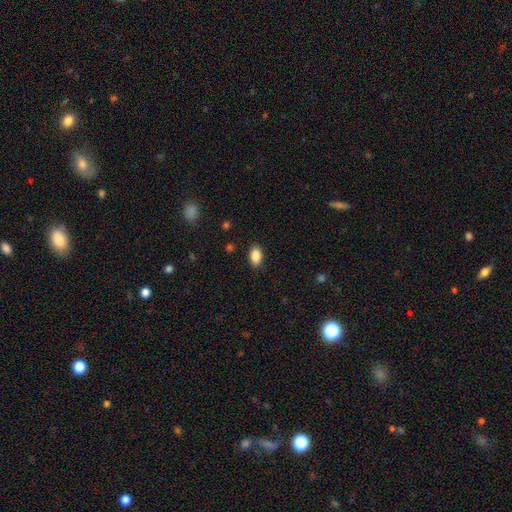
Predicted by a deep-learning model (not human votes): The model was most divided on "merging": none: 88%, minor disturbance: 8%, major disturbance: 2%, merger: 1%. More confident: how rounded — in between (91%); smooth or featured — smooth (88%).